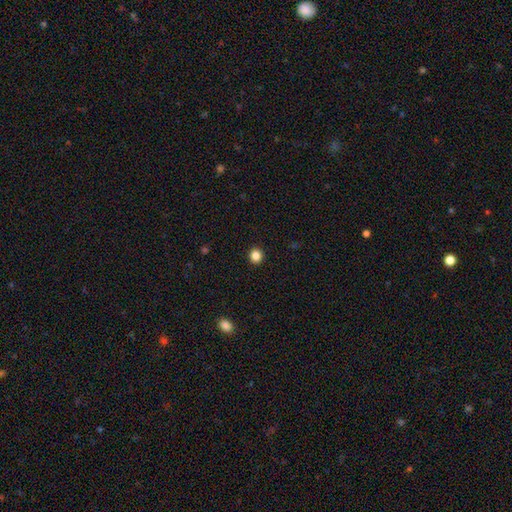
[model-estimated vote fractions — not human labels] Smooth or featured? smooth (85%)
How rounded? round (88%)
Merging? none (93%)